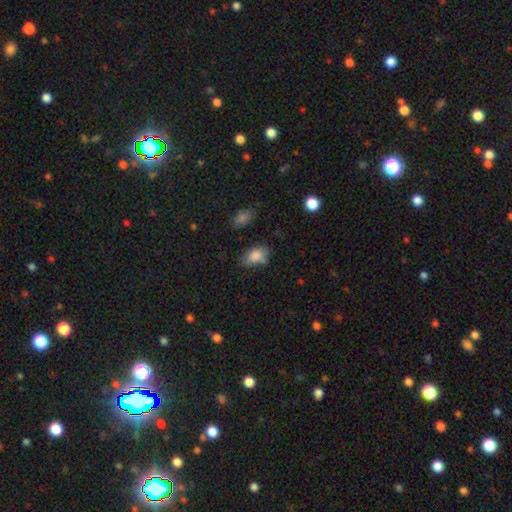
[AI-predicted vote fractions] smooth_or_featured: smooth (p=0.84) [alt: star or artifact p=0.08]
how_rounded: in between (p=0.86) [alt: round p=0.13]
merging: none (p=0.59) [alt: minor disturbance p=0.27]